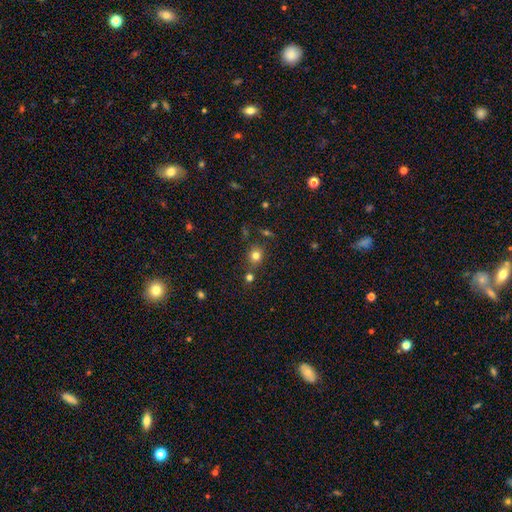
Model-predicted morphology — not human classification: type=smooth (76%); roundness=round (82%); merging=none (71%).